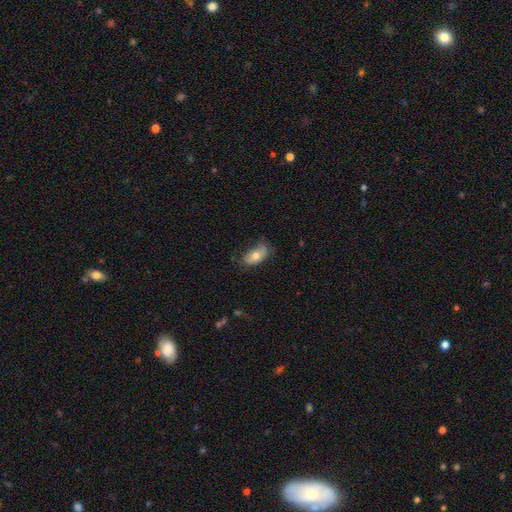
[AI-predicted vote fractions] This appears to be a smooth galaxy with no disk features (67%) that is in between round and cigar-shaped (91%). Merging: none (57%).